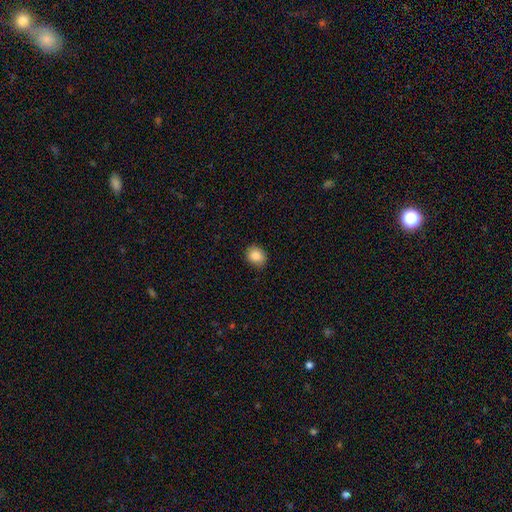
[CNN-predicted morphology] smooth_or_featured: smooth (p=0.87) [alt: star or artifact p=0.09]
how_rounded: round (p=0.68) [alt: in between p=0.31]
merging: none (p=0.84) [alt: minor disturbance p=0.12]